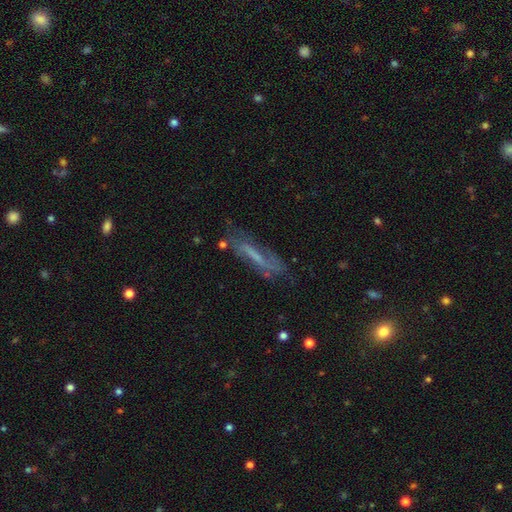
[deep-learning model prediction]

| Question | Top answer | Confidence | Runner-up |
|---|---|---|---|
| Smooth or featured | featured or disk | 56% | smooth (32%) |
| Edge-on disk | no | 57% | yes (43%) |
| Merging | none | 57% | minor disturbance (25%) |